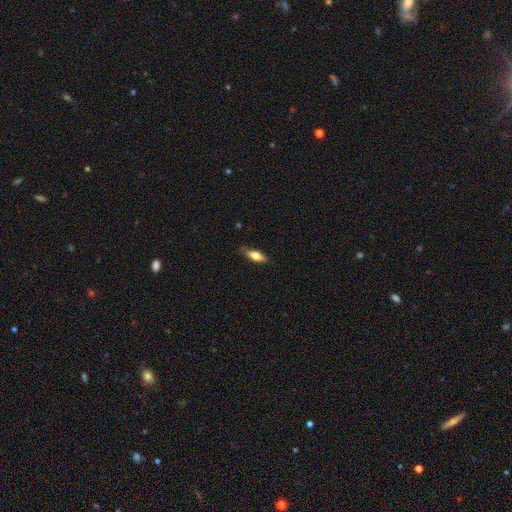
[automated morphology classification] smooth-or-featured: smooth: 70% | featured or disk: 24% | star or artifact: 7%
  how-rounded: in between: 65% | cigar-shaped: 32% | round: 3%
  merging: none: 77% | minor disturbance: 19% | major disturbance: 3% | merger: 1%